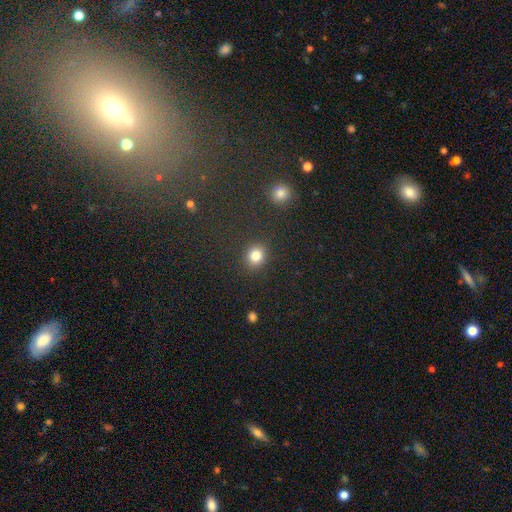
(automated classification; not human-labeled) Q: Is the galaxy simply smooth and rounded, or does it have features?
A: smooth — 83%.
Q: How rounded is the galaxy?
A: round — 74%.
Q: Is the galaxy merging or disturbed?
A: none — 86%.